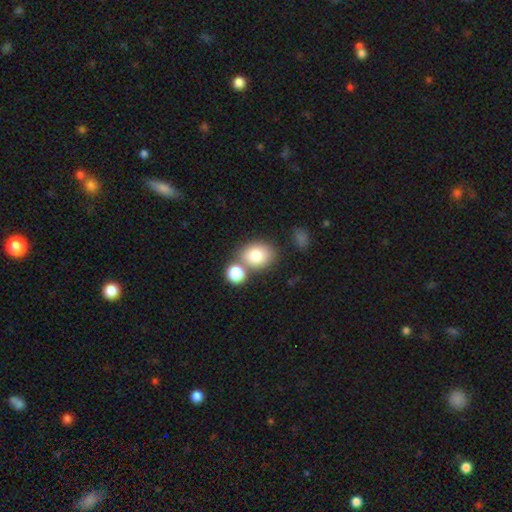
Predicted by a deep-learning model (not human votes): Smooth or featured: smooth — 81% (featured or disk — 10%)
How rounded: round — 50% (in between — 48%)
Merging: none — 56% (merger — 30%)